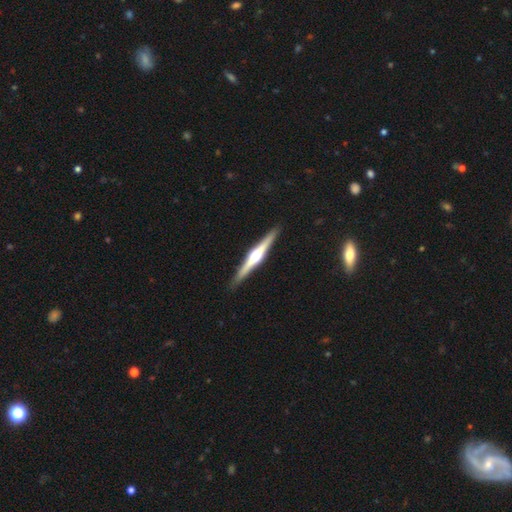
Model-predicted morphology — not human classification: A featured or disk galaxy (79%) viewed edge-on (98%) with a rounded central bulge (92%). Merging: none (92%).